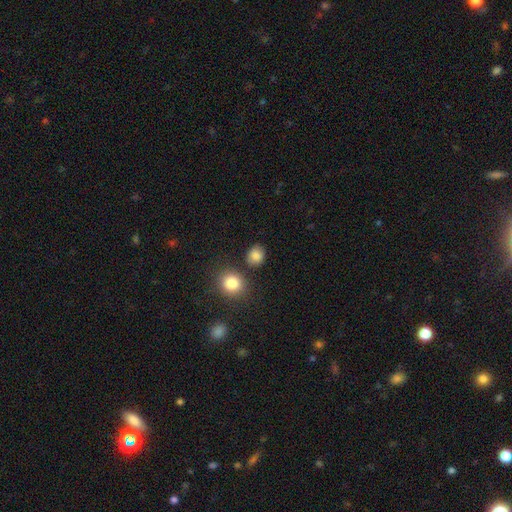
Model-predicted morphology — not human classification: Overall: smooth (84%). How rounded: round (71%). Merging: none (81%).